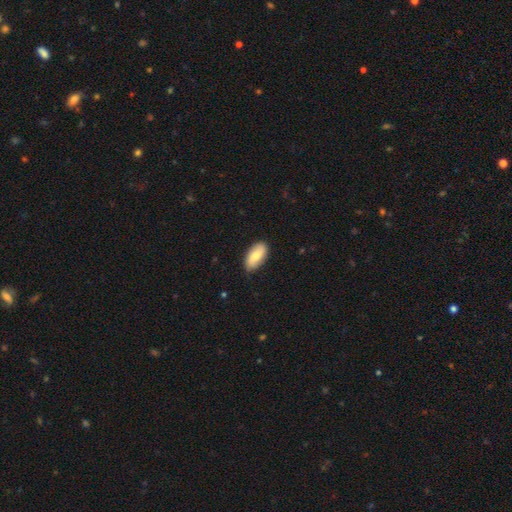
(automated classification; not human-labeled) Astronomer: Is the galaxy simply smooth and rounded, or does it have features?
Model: smooth — 71%.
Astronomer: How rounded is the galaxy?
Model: in between — 92%.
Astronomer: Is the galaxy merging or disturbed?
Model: none — 83%.